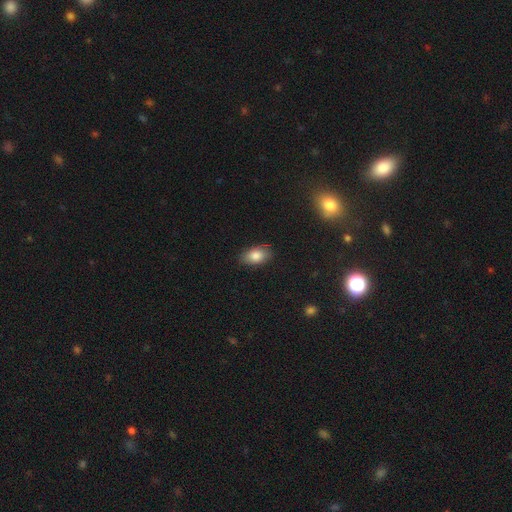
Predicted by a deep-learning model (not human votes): A smooth galaxy with no disk features (83%) that is in between round and cigar-shaped (90%).

Vote fractions:
- Smooth or featured? smooth: 83% / featured or disk: 9% / star or artifact: 8%
- How rounded? in between: 90% / round: 8% / cigar-shaped: 2%
- Merging? none: 83% / minor disturbance: 13% / major disturbance: 2% / merger: 1%